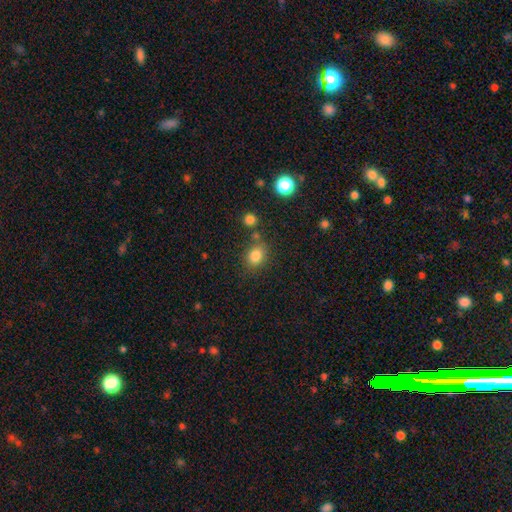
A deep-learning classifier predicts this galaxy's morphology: A smooth galaxy with no disk features (82%) that is round (52%).

Vote fractions:
- Smooth or featured? smooth: 82% / star or artifact: 12% / featured or disk: 6%
- How rounded? round: 52% / in between: 47% / cigar-shaped: 1%
- Merging? none: 73% / minor disturbance: 13% / merger: 9% / major disturbance: 4%